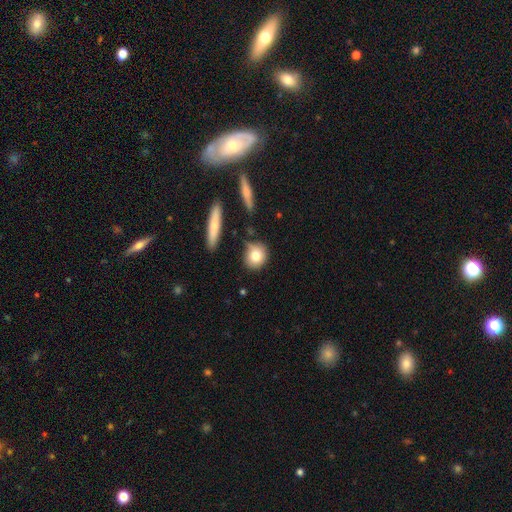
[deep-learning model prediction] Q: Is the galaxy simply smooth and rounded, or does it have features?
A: smooth — 78%.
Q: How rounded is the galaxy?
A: round — 76%.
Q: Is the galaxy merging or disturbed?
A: none — 73%.